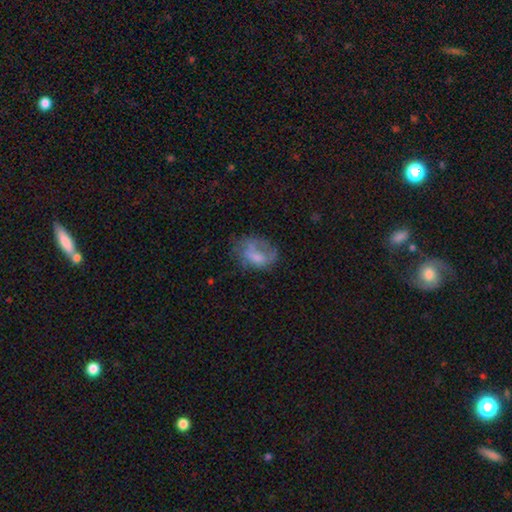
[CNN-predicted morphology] Smooth or featured? smooth (55%)
How rounded? in between (73%)
Merging? none (36%)